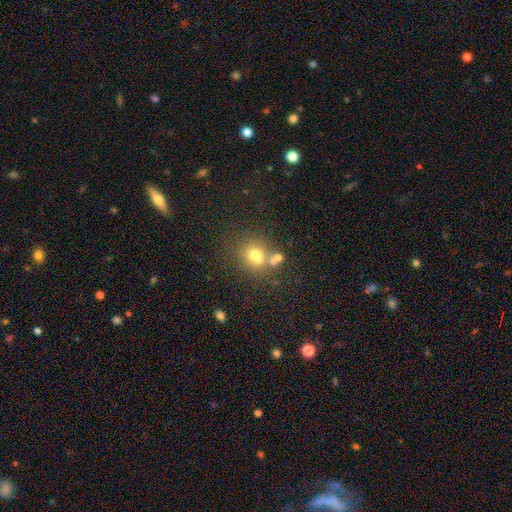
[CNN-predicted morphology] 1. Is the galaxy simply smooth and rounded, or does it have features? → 71% smooth, 15% star or artifact, 14% featured or disk.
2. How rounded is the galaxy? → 65% round, 34% in between, 1% cigar-shaped.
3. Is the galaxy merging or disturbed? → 51% none, 30% merger, 12% minor disturbance, 6% major disturbance.